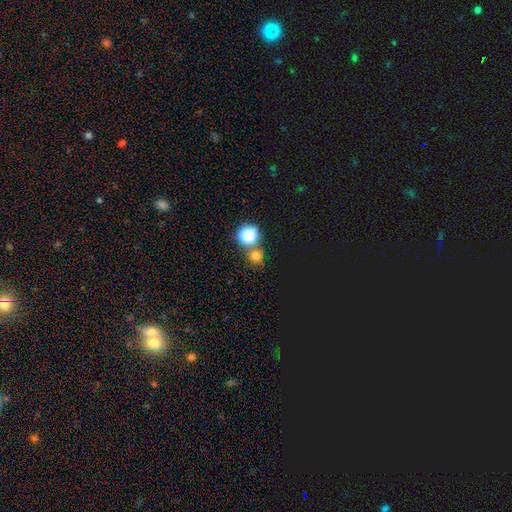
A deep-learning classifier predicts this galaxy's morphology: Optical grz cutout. It shows a smooth galaxy with no disk features (64%) that is round (88%). Merging: none (68%).